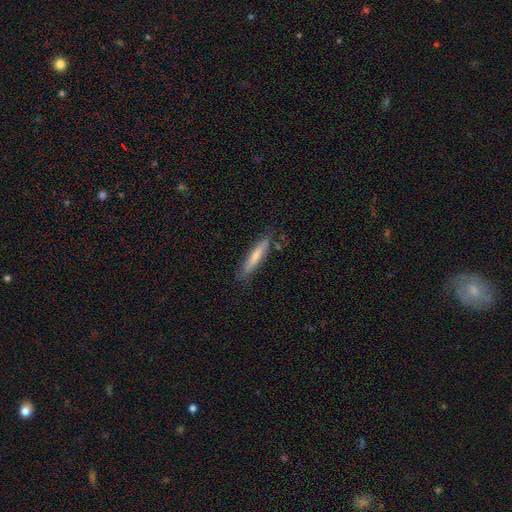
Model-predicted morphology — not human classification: smooth 66%, featured or disk 28%, star or artifact 6%. Down the decision tree: how rounded — cigar-shaped (87%); merging — none (78%).